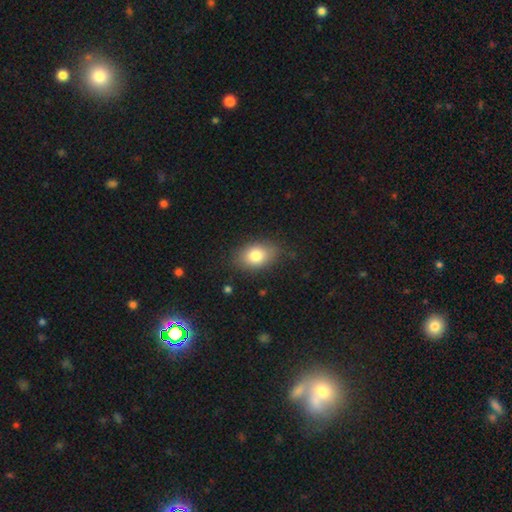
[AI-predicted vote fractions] Smooth or featured? Predicted: smooth (p=0.81). How rounded? Predicted: in between (p=0.82). Merging? Predicted: none (p=0.81).